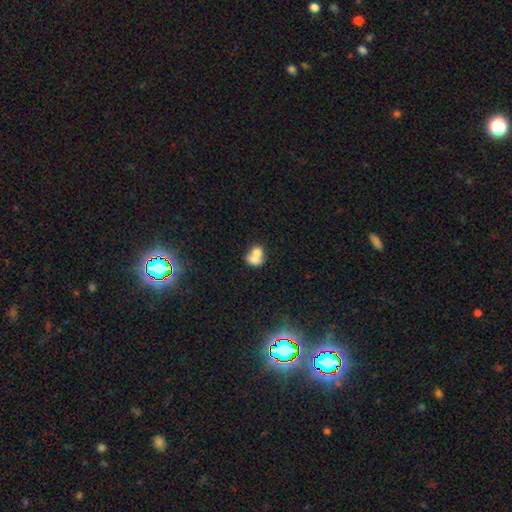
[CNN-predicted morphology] A smooth galaxy with no disk features (68%) that is in between round and cigar-shaped (50%).

Vote fractions:
- Smooth or featured? smooth: 68% / featured or disk: 22% / star or artifact: 10%
- How rounded? in between: 50% / round: 48% / cigar-shaped: 1%
- Merging? merger: 67% / none: 20% / minor disturbance: 8% / major disturbance: 5%